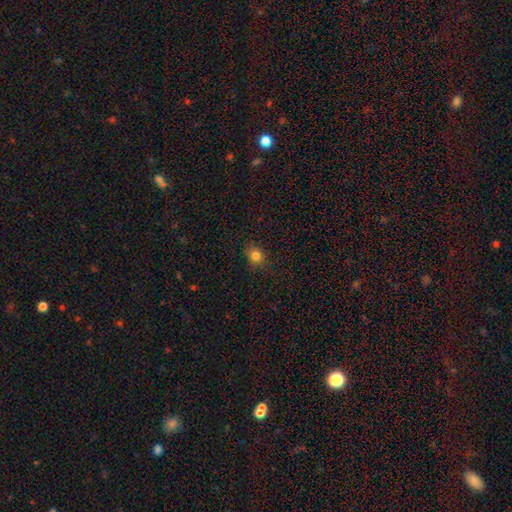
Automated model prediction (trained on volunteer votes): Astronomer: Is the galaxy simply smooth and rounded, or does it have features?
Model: smooth — 81%.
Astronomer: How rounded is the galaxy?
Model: round — 75%.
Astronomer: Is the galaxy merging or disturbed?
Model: none — 87%.